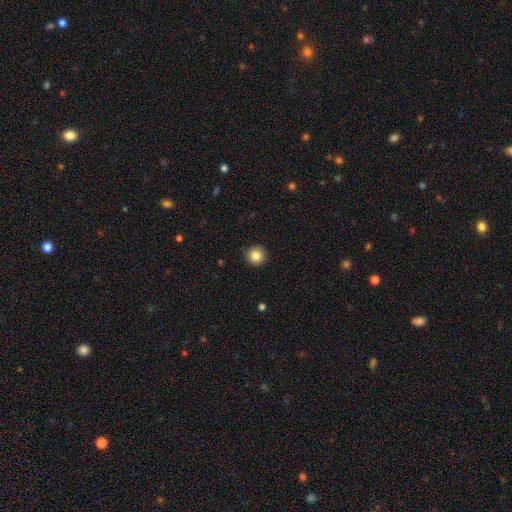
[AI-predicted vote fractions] Smooth or featured? Predicted: smooth (p=0.85). How rounded? Predicted: round (p=0.95). Merging? Predicted: none (p=0.90).